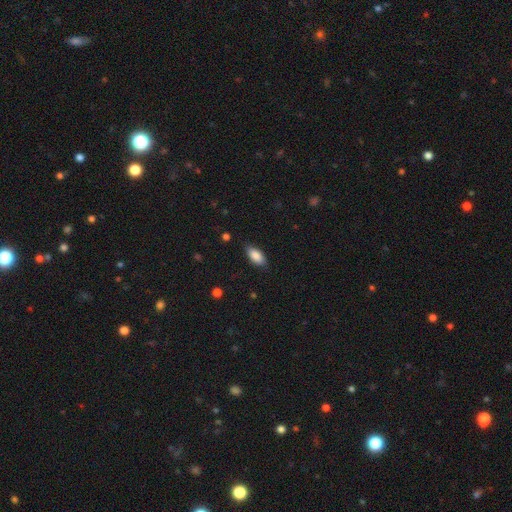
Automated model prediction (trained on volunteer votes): Smooth or featured? smooth (87%)
How rounded? in between (90%)
Merging? none (84%)